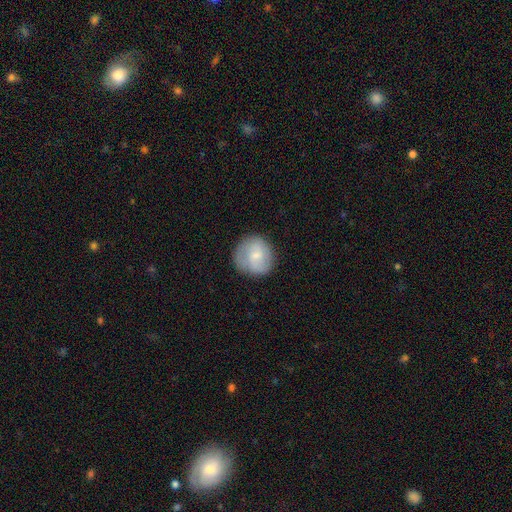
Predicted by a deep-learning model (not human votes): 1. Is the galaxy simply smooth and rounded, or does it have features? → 59% smooth, 34% featured or disk, 6% star or artifact.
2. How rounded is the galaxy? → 87% round, 12% in between, 1% cigar-shaped.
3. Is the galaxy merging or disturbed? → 74% none, 18% minor disturbance, 6% major disturbance, 2% merger.